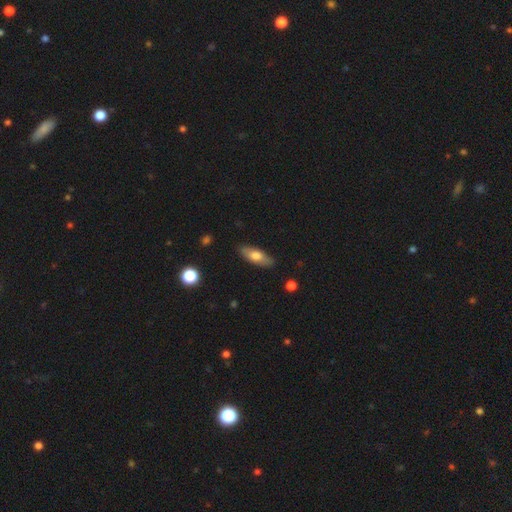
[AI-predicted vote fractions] Q: Smooth or featured?
A: smooth (67%); runner-up: featured or disk (27%)
Q: How rounded?
A: in between (69%); runner-up: cigar-shaped (28%)
Q: Merging?
A: none (86%); runner-up: minor disturbance (11%)